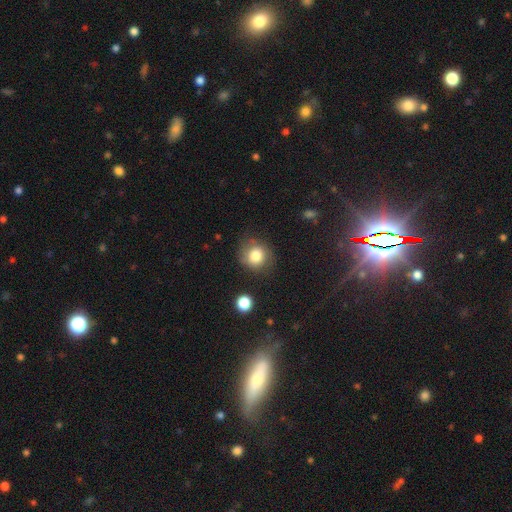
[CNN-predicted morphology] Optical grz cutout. It shows a smooth galaxy with no disk features (80%) that is round (83%). Merging: none (74%).